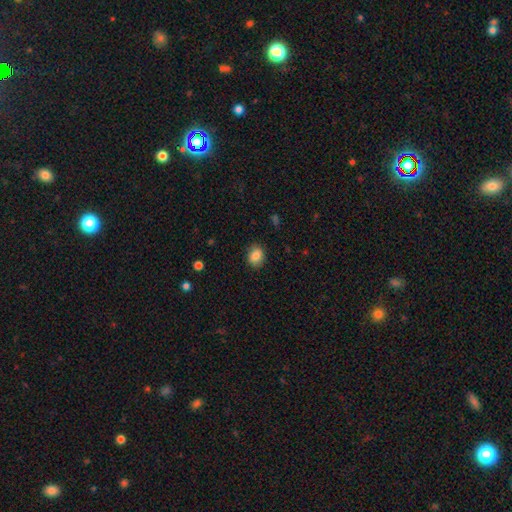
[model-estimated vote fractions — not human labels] This is clearly a smooth galaxy (86%). How rounded: possibly in between (50%). Merging: clearly none (87%).